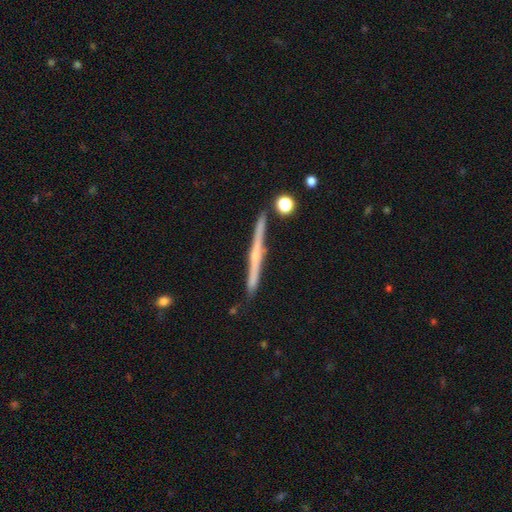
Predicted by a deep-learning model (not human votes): A featured or disk galaxy (74%) viewed edge-on (98%) with a rounded central bulge (63%).

Vote fractions:
- Smooth or featured? featured or disk: 74% / smooth: 20% / star or artifact: 6%
- Edge-on disk? yes: 98% / no: 2%
- Edge-on bulge? rounded: 63% / none: 31% / boxy: 6%
- Merging? none: 85% / minor disturbance: 10% / merger: 3% / major disturbance: 2%